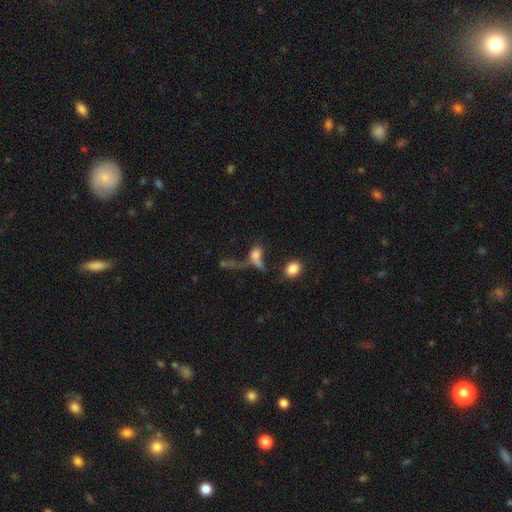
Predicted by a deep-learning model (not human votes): Q: Smooth or featured?
A: smooth (61%); runner-up: featured or disk (24%)
Q: How rounded?
A: in between (64%); runner-up: round (26%)
Q: Merging?
A: major disturbance (36%); runner-up: merger (32%)